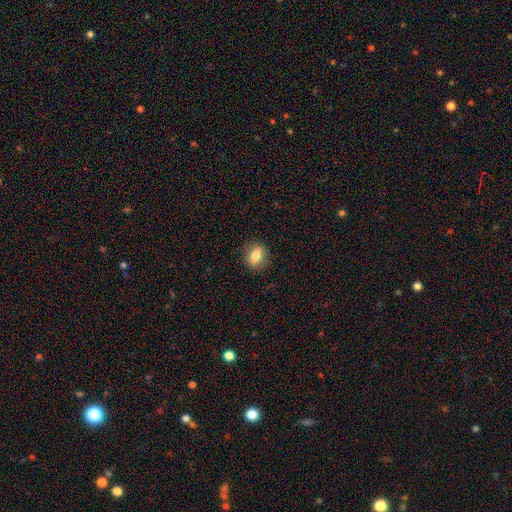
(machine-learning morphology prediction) A smooth galaxy with no disk features (74%) that is in between round and cigar-shaped (54%).

Vote fractions:
- Smooth or featured? smooth: 74% / featured or disk: 17% / star or artifact: 9%
- How rounded? in between: 54% / round: 43% / cigar-shaped: 3%
- Merging? none: 86% / minor disturbance: 10% / major disturbance: 3% / merger: 1%